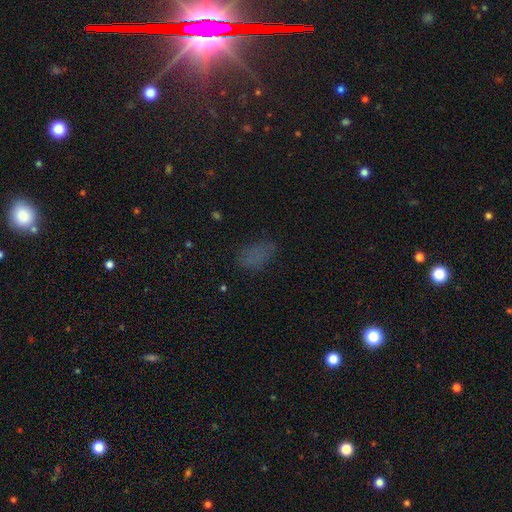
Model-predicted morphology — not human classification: Overall: smooth (64%; star or artifact 25%). How rounded: in between (87%). Merging: none (66%).